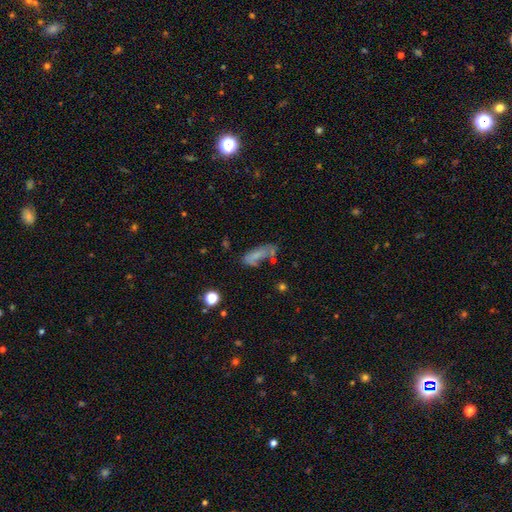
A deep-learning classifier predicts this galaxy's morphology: Overall: smooth (68%). How rounded: in between (65%; cigar-shaped 31%). Merging: none (45%; minor disturbance 26%).